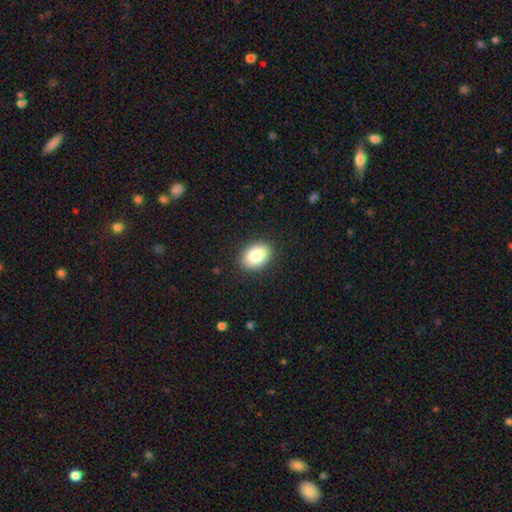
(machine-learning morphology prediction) Smooth or featured? Predicted: smooth (p=0.83). How rounded? Predicted: in between (p=0.74). Merging? Predicted: none (p=0.90).